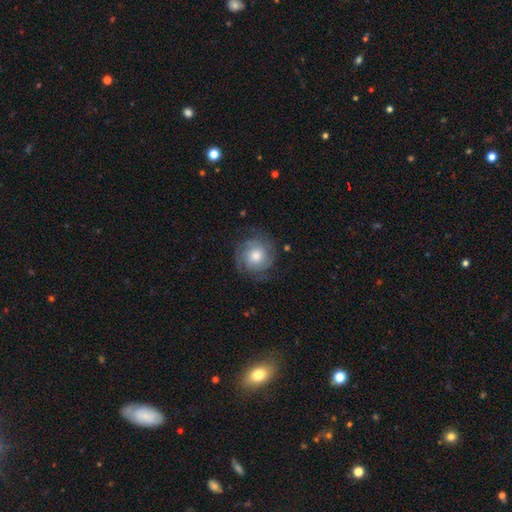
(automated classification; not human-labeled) smooth-or-featured: featured or disk: 66% | smooth: 26% | star or artifact: 8%
  disk-edge-on: no: 97% | yes: 3%
    bar: no: 78% | weak: 19% | strong: 3%
    has-spiral-arms: yes: 91% | no: 9%
      spiral-winding: tight: 62% | medium: 29% | loose: 9%
      spiral-arm-count: can't tell: 34% | 3: 26% | 2: 19% | 4: 10% | 1: 5% | more than 4: 5%
    bulge-size: moderate: 63% | large: 18% | small: 16% | none: 2% | dominant: 2%
  merging: none: 76% | minor disturbance: 15% | major disturbance: 7% | merger: 1%